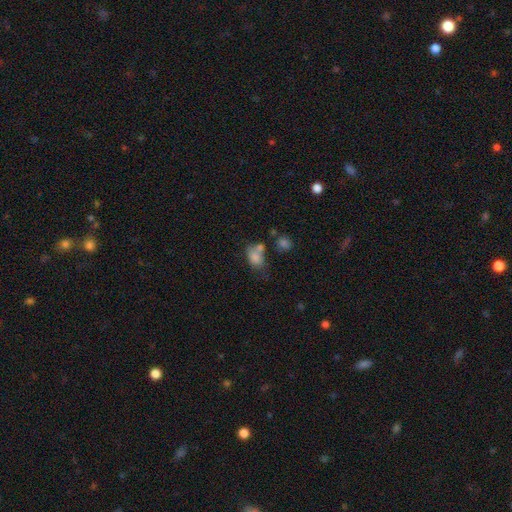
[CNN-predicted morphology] Smooth or featured? Predicted: smooth (p=0.77). How rounded? Predicted: in between (p=0.74). Merging? Predicted: merger (p=0.37).